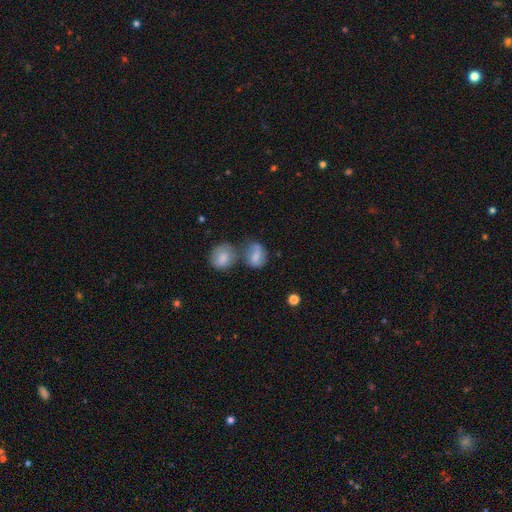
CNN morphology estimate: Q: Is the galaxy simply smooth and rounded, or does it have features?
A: smooth — 72%.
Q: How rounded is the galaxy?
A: in between — 54%.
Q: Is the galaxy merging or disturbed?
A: merger — 37%, tied with none.